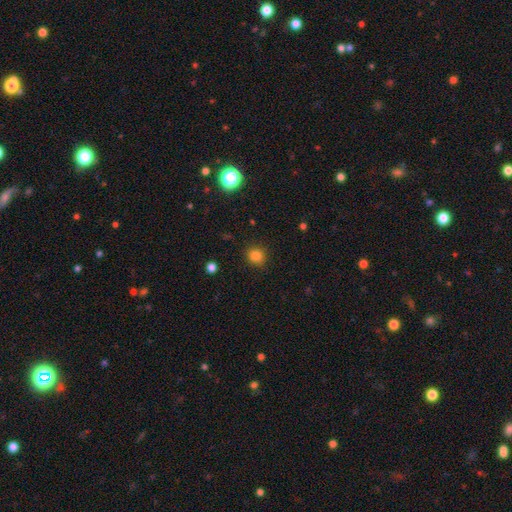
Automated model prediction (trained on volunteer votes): Smooth or featured: smooth — 82% (star or artifact — 13%)
How rounded: round — 87% (in between — 12%)
Merging: none — 89% (minor disturbance — 7%)